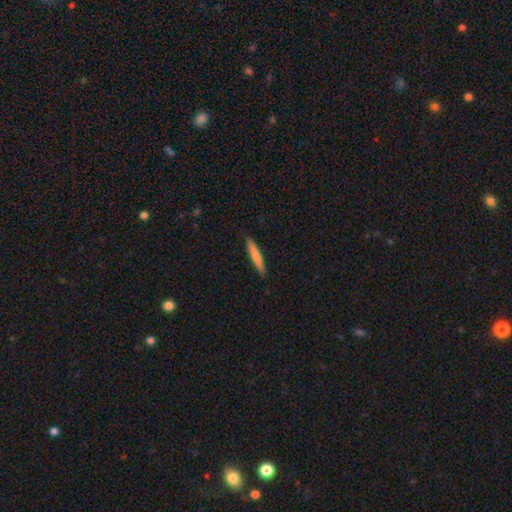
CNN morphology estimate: Smooth or featured? smooth (76%)
How rounded? cigar-shaped (94%)
Merging? none (91%)